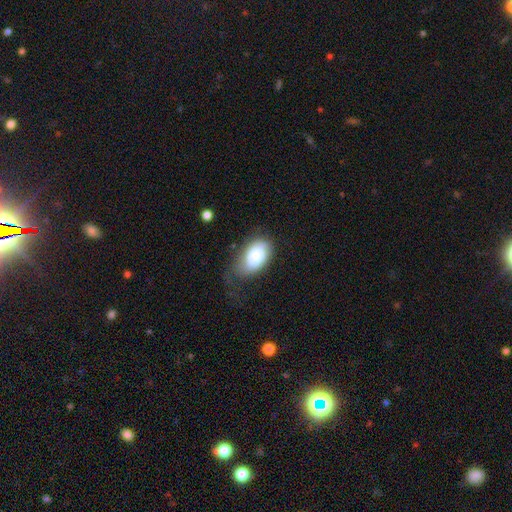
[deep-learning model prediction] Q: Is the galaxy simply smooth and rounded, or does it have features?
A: smooth — 78%.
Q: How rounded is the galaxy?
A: in between — 92%.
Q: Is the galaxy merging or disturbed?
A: minor disturbance — 36%.